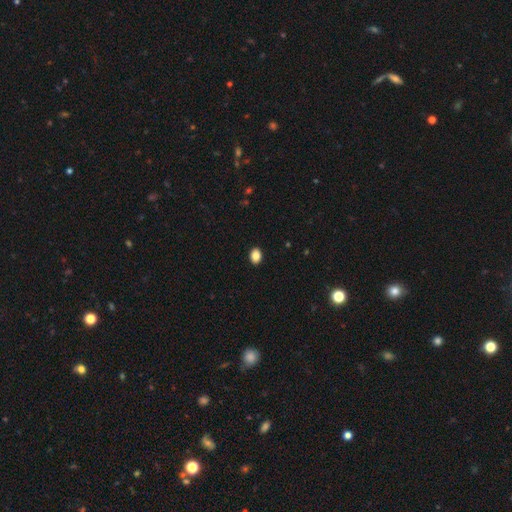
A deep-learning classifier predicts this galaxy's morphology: Smooth or featured?
  - smooth: 87% *
  - star or artifact: 9%
  - featured or disk: 4%
How rounded?
  - in between: 71% *
  - round: 28%
  - cigar-shaped: 1%
Merging?
  - none: 91% *
  - minor disturbance: 6%
  - major disturbance: 2%
  - merger: 1%